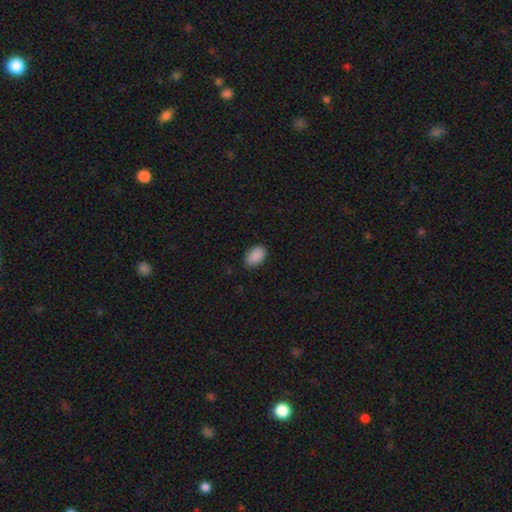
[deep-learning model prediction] Q: Smooth or featured?
A: smooth (90%); runner-up: star or artifact (7%)
Q: How rounded?
A: in between (90%); runner-up: round (9%)
Q: Merging?
A: none (86%); runner-up: minor disturbance (10%)